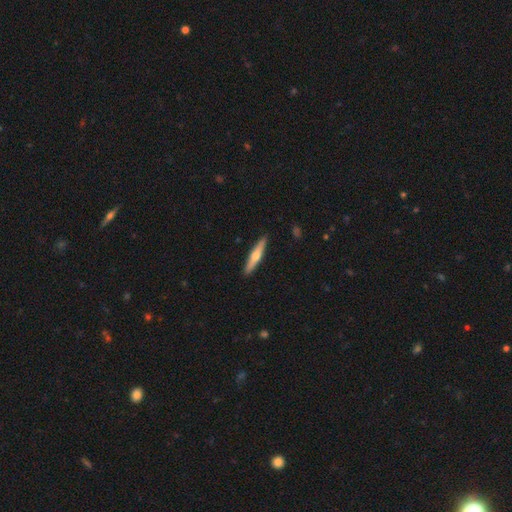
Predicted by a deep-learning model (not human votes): A featured or disk galaxy (49%). Merging: none (91%).